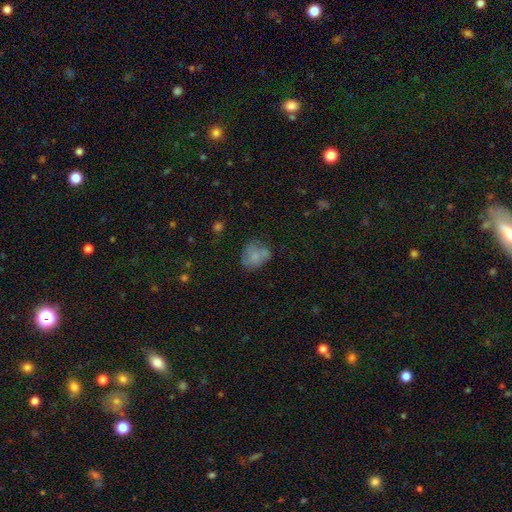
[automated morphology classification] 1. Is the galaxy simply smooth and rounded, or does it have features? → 70% smooth, 19% featured or disk, 11% star or artifact.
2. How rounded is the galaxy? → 50% round, 49% in between, 1% cigar-shaped.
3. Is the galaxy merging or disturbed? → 51% none, 27% minor disturbance, 14% major disturbance, 7% merger.